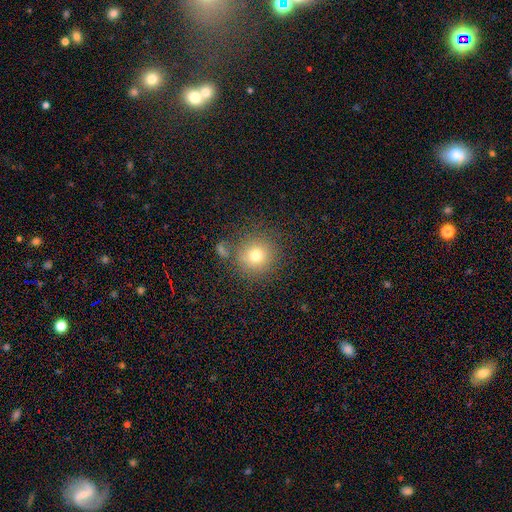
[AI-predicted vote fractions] Smooth or featured: smooth — 76% (star or artifact — 14%)
How rounded: round — 94% (in between — 5%)
Merging: none — 79% (minor disturbance — 10%)